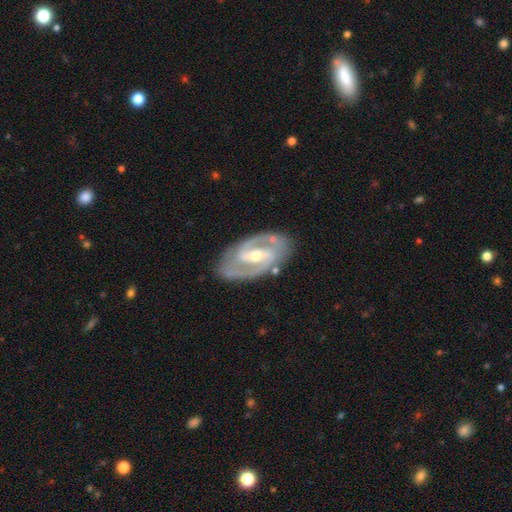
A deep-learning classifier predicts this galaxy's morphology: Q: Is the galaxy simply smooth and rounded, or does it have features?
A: featured or disk — 89%.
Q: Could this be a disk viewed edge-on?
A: no — 96%.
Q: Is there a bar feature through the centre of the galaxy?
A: weak — 40%, tied with strong.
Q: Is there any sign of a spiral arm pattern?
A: yes — 96%.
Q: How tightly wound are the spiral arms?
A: medium — 52%.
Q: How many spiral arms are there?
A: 2 — 90%.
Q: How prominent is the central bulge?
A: moderate — 56%.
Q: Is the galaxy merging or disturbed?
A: none — 83%.